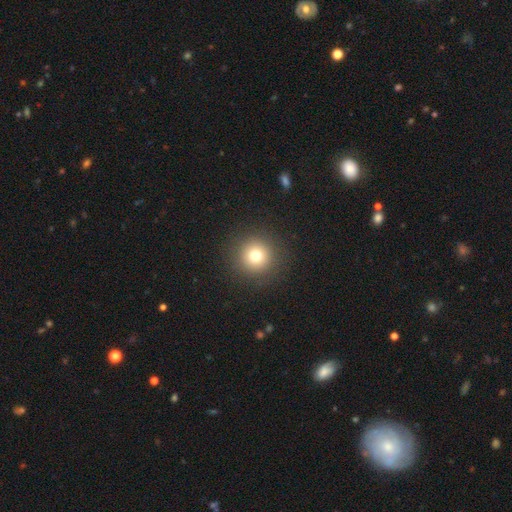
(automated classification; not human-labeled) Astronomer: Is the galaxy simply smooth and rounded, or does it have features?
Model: smooth — 77%.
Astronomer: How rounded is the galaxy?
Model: round — 95%.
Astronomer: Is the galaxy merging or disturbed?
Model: none — 91%.